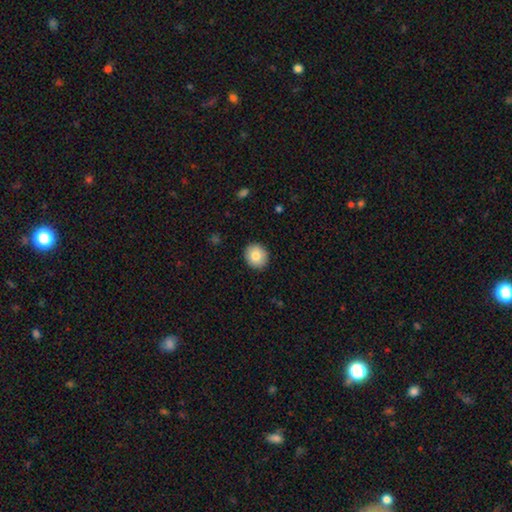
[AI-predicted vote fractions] smooth_or_featured: smooth (p=0.82) [alt: featured or disk p=0.10]
how_rounded: round (p=0.82) [alt: in between p=0.17]
merging: none (p=0.91) [alt: minor disturbance p=0.06]